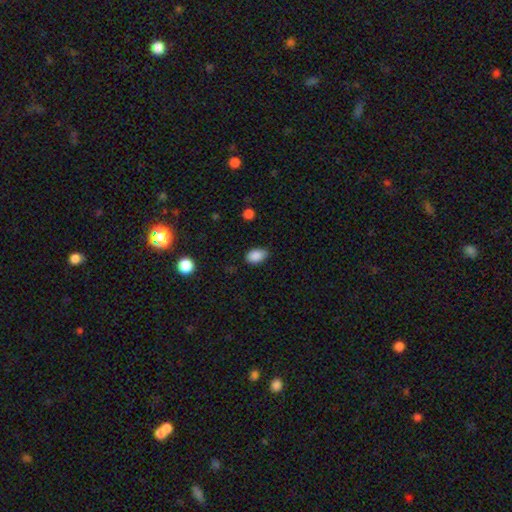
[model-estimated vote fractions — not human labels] A smooth galaxy with no disk features (88%) that is in between round and cigar-shaped (90%). Merging: none (79%).